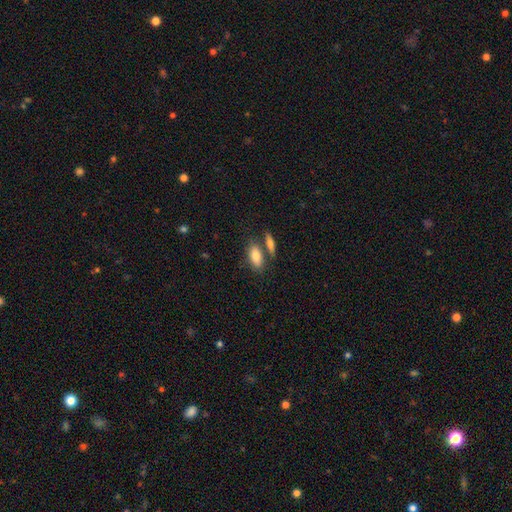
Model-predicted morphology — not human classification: smooth-or-featured: smooth: 80% | featured or disk: 13% | star or artifact: 7%
  how-rounded: in between: 84% | cigar-shaped: 13% | round: 4%
  merging: none: 58% | merger: 26% | minor disturbance: 12% | major disturbance: 4%